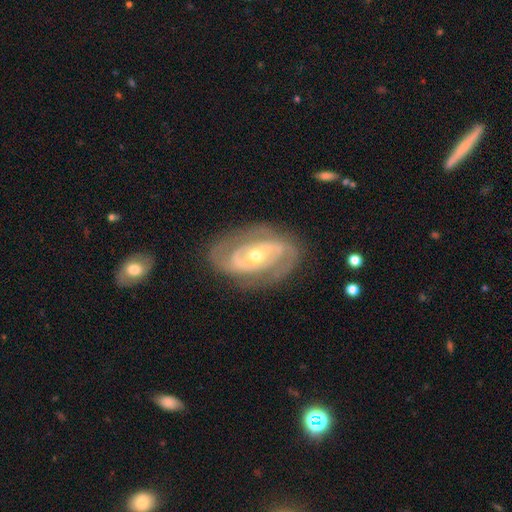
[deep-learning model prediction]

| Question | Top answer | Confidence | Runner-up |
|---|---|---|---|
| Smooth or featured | featured or disk | 86% | smooth (9%) |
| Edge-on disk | no | 95% | yes (5%) |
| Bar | no | 42% | weak (33%) |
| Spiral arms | yes | 90% | no (10%) |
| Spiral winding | tight | 54% | medium (36%) |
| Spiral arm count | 2 | 67% | can't tell (16%) |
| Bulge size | moderate | 53% | small (44%) |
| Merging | none | 76% | minor disturbance (15%) |